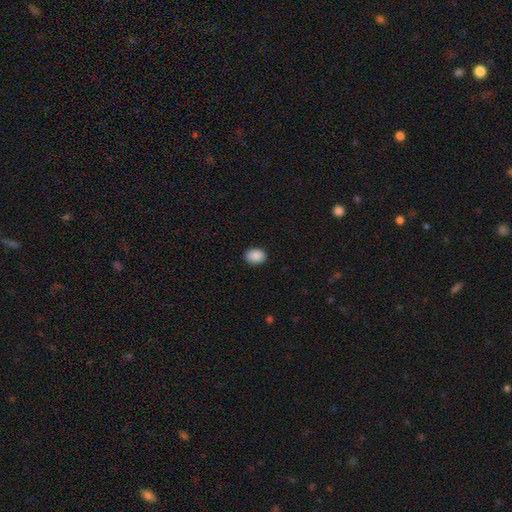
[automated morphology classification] smooth-or-featured: smooth: 90% | star or artifact: 8% | featured or disk: 2%
  how-rounded: in between: 60% | round: 39% | cigar-shaped: 1%
  merging: none: 89% | minor disturbance: 8% | major disturbance: 2% | merger: 1%